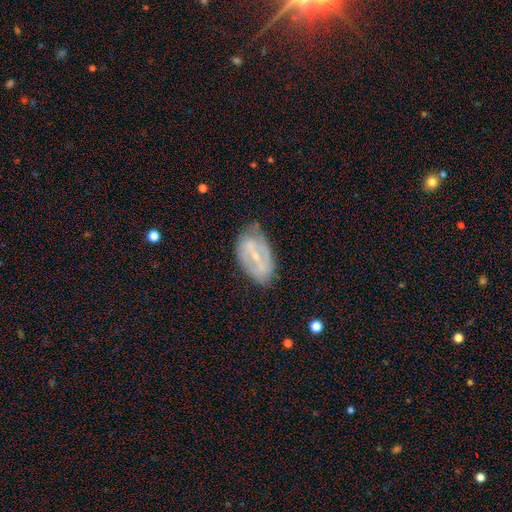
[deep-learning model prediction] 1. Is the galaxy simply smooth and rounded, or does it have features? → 66% featured or disk, 26% smooth, 8% star or artifact.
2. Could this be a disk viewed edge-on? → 91% no, 9% yes.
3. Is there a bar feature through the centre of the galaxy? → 48% strong, 37% weak, 15% no.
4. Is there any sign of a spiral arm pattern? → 52% yes, 48% no.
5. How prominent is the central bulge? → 65% small, 24% moderate, 8% none, 1% large, 1% dominant.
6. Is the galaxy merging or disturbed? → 63% none, 26% minor disturbance, 9% major disturbance, 2% merger.